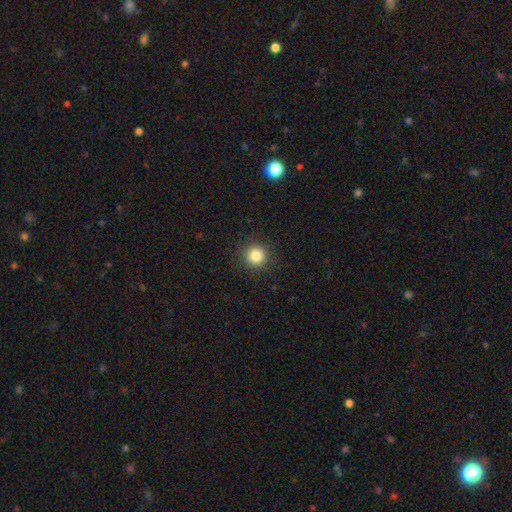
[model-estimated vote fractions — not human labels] Smooth or featured?
  - smooth: 84% *
  - star or artifact: 11%
  - featured or disk: 5%
How rounded?
  - round: 95% *
  - in between: 4%
  - cigar-shaped: 1%
Merging?
  - none: 91% *
  - minor disturbance: 5%
  - major disturbance: 2%
  - merger: 1%